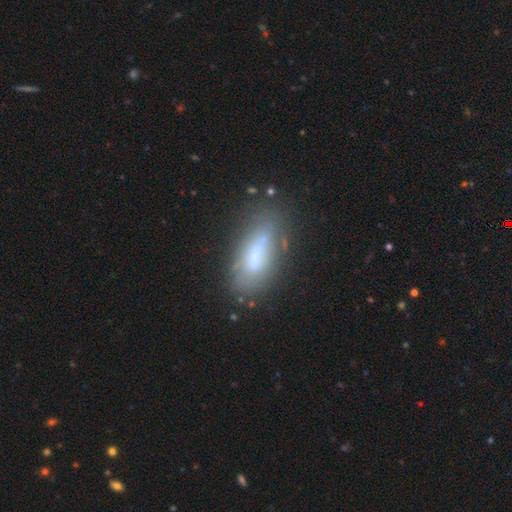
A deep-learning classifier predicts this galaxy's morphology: Smooth or featured?
  - smooth: 57% *
  - featured or disk: 34%
  - star or artifact: 10%
How rounded?
  - in between: 70% *
  - cigar-shaped: 28%
  - round: 2%
Merging?
  - none: 61% *
  - minor disturbance: 23%
  - major disturbance: 10%
  - merger: 6%